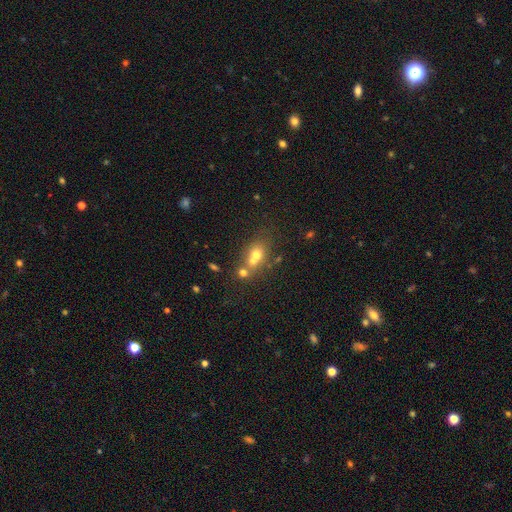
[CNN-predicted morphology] smooth_or_featured: smooth (p=0.62) [alt: featured or disk p=0.22]
how_rounded: in between (p=0.49) [alt: round p=0.48]
merging: merger (p=0.49) [alt: none p=0.37]